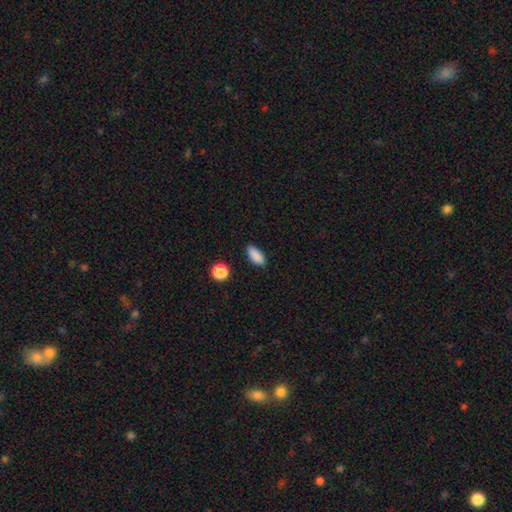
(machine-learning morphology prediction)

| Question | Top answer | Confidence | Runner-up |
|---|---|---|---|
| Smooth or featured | smooth | 88% | star or artifact (8%) |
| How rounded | in between | 83% | cigar-shaped (13%) |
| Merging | none | 87% | minor disturbance (9%) |